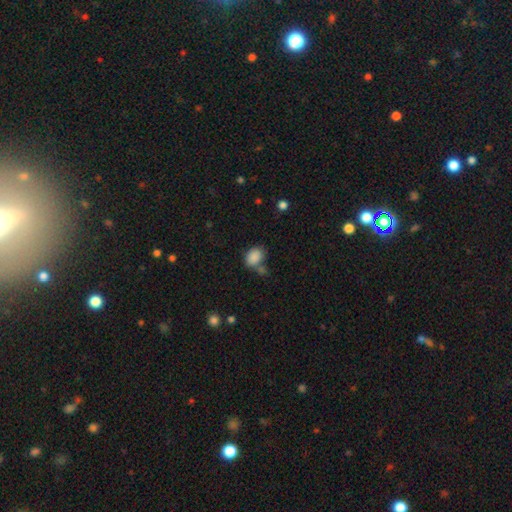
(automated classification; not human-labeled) A smooth galaxy with no disk features (87%) that is in between round and cigar-shaped (71%). Merging: none (56%).